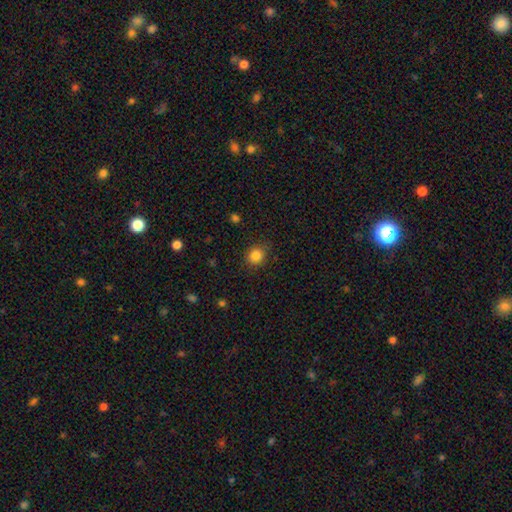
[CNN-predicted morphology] This is clearly a smooth galaxy (84%). How rounded: clearly round (82%). Merging: clearly none (86%).